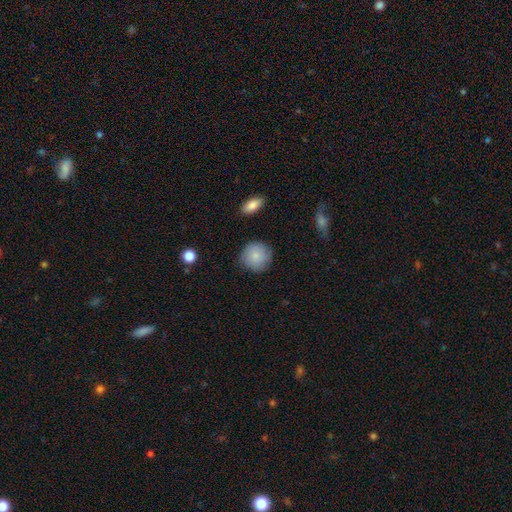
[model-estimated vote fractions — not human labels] Q: Smooth or featured?
A: smooth (84%); runner-up: featured or disk (9%)
Q: How rounded?
A: round (91%); runner-up: in between (8%)
Q: Merging?
A: none (84%); runner-up: minor disturbance (12%)